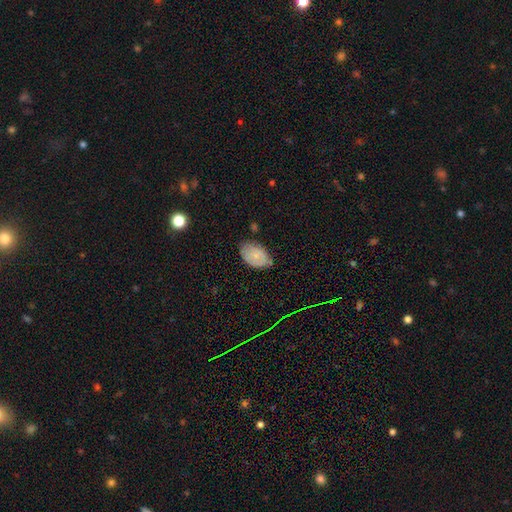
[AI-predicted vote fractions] A smooth galaxy with no disk features (65%) that is in between round and cigar-shaped (89%).

Vote fractions:
- Smooth or featured? smooth: 65% / featured or disk: 27% / star or artifact: 8%
- How rounded? in between: 89% / round: 10% / cigar-shaped: 1%
- Merging? none: 67% / minor disturbance: 26% / major disturbance: 5% / merger: 3%